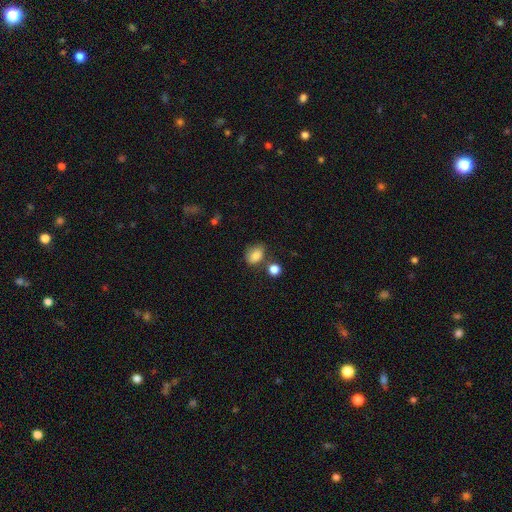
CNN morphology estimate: Smooth or featured? smooth (83%)
How rounded? in between (70%)
Merging? none (56%)